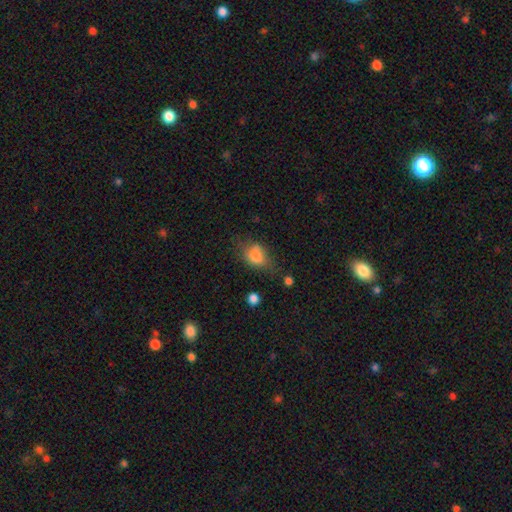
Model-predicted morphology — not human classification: Smooth or featured?
  - smooth: 75% *
  - featured or disk: 15%
  - star or artifact: 10%
How rounded?
  - in between: 70% *
  - round: 28%
  - cigar-shaped: 2%
Merging?
  - none: 40% *
  - minor disturbance: 33%
  - major disturbance: 20%
  - merger: 6%